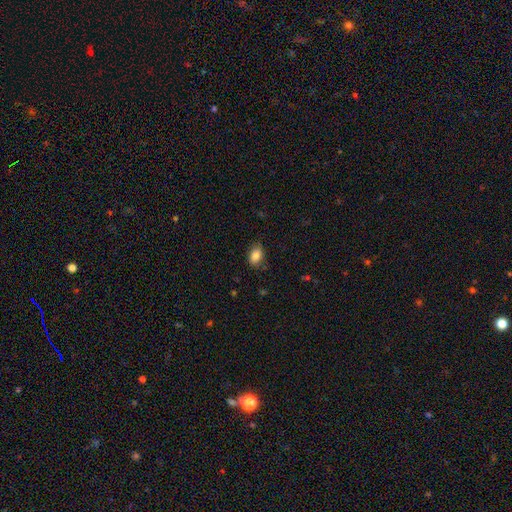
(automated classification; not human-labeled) This appears to be a smooth galaxy with no disk features (85%) that is in between round and cigar-shaped (81%). Merging: none (79%).